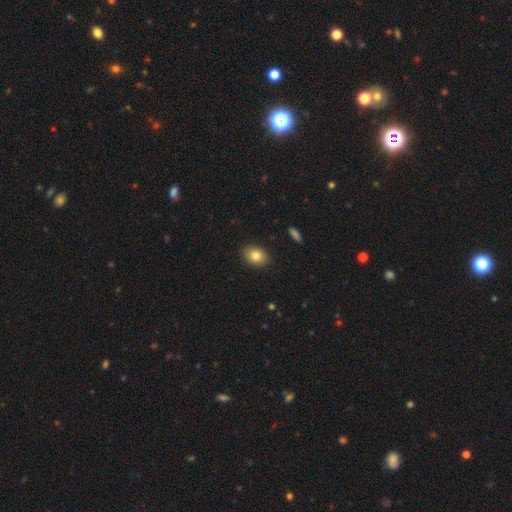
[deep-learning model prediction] This is clearly a smooth galaxy (82%). How rounded: likely in between (69%). Merging: clearly none (89%).